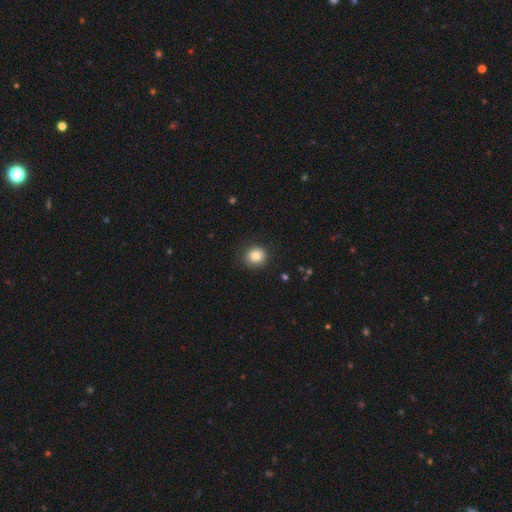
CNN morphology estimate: This appears to be a smooth galaxy with no disk features (83%) that is round (89%). Merging: none (86%).